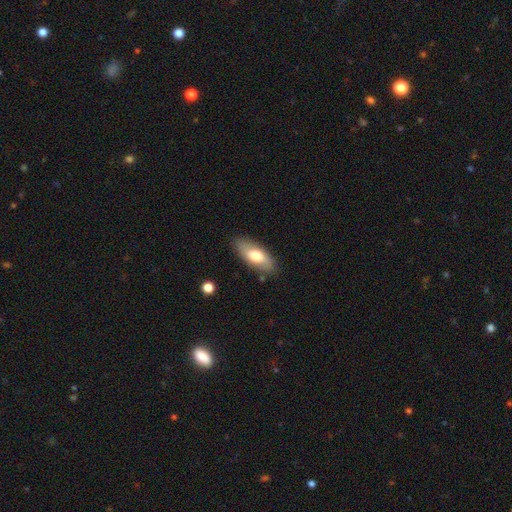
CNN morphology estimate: Smooth or featured?
  - smooth: 68% *
  - featured or disk: 26%
  - star or artifact: 6%
How rounded?
  - in between: 82% *
  - cigar-shaped: 15%
  - round: 3%
Merging?
  - none: 84% *
  - minor disturbance: 12%
  - major disturbance: 3%
  - merger: 2%